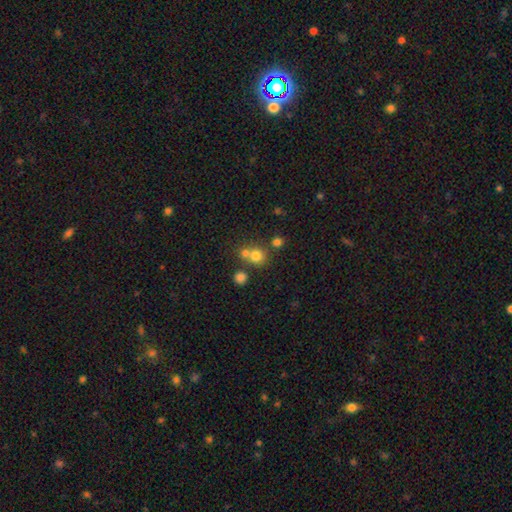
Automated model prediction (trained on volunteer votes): A smooth galaxy with no disk features (74%) that is round (87%). Merging: none (56%).